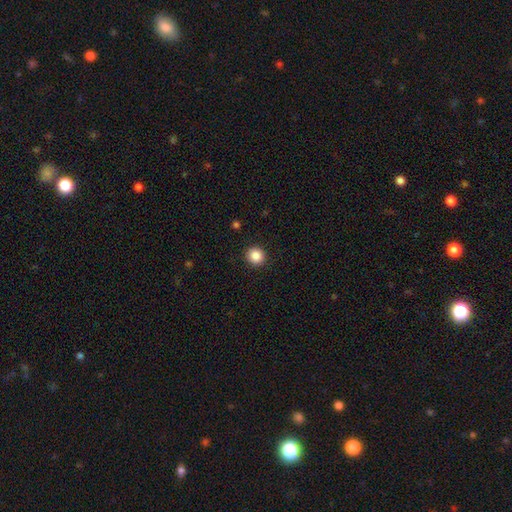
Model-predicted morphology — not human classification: This appears to be a smooth galaxy with no disk features (87%) that is round (93%). Merging: none (92%).